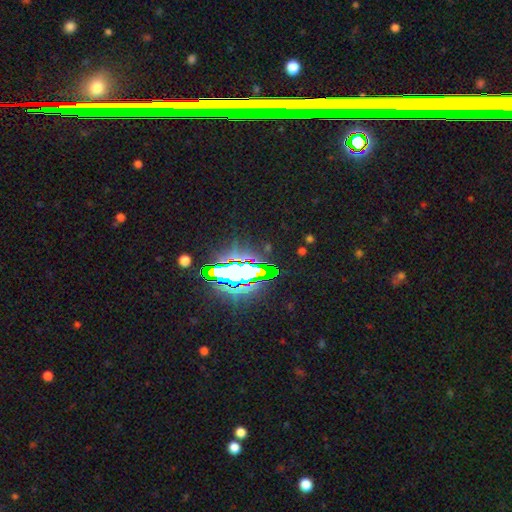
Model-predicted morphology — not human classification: Smooth or featured? Predicted: star or artifact (p=0.74).